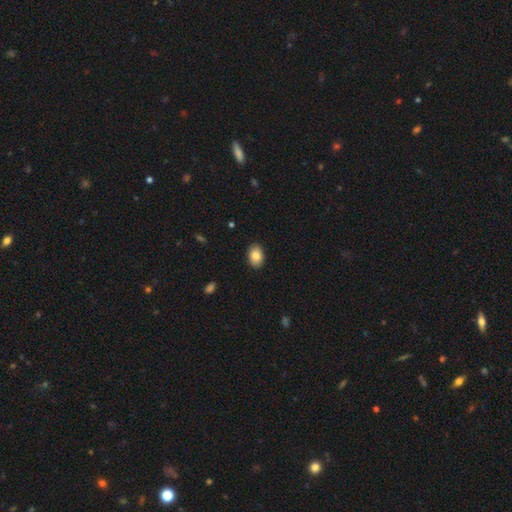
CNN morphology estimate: The model was most divided on "how rounded": in between: 86%, round: 13%, cigar-shaped: 1%. More confident: merging — none (89%); smooth or featured — smooth (83%).